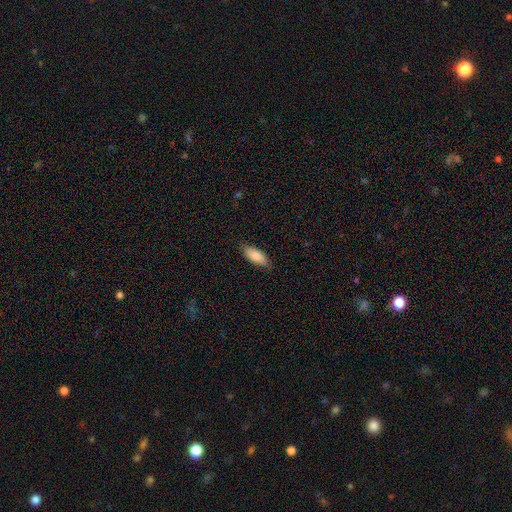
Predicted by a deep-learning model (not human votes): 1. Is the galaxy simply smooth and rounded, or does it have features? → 83% smooth, 11% featured or disk, 6% star or artifact.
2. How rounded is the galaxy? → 78% in between, 20% cigar-shaped, 2% round.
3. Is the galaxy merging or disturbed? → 81% none, 15% minor disturbance, 2% major disturbance, 1% merger.